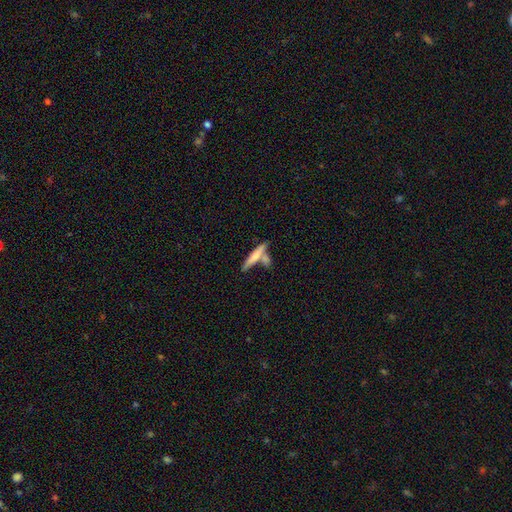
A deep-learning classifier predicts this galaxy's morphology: A smooth galaxy with no disk features (56%) that is cigar-shaped (86%). Merging: none (58%).